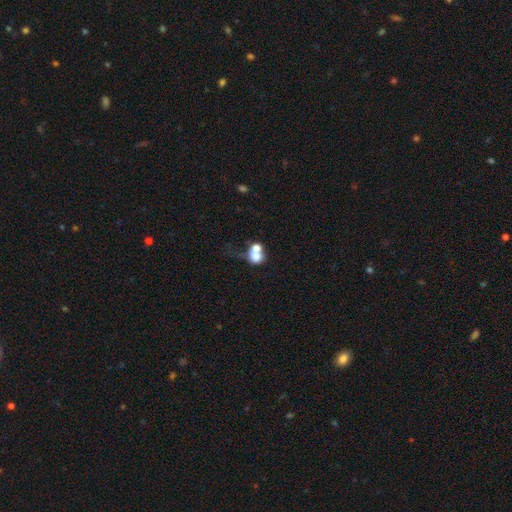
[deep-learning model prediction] Q: Smooth or featured?
A: smooth (67%); runner-up: featured or disk (21%)
Q: How rounded?
A: round (67%); runner-up: in between (32%)
Q: Merging?
A: merger (57%); runner-up: none (21%)